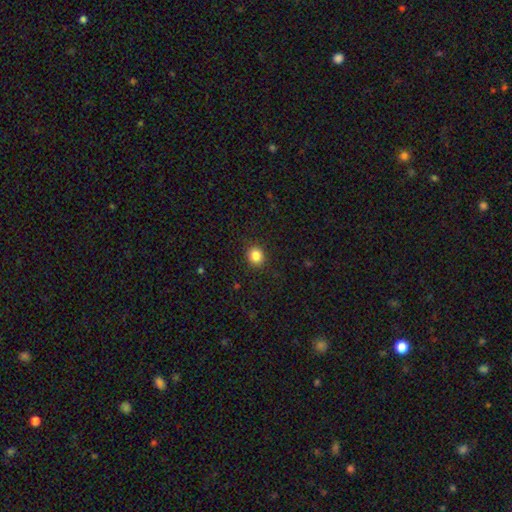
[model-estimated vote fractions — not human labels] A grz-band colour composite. It shows a smooth galaxy with no disk features (85%) that is round (81%). Merging: none (90%).